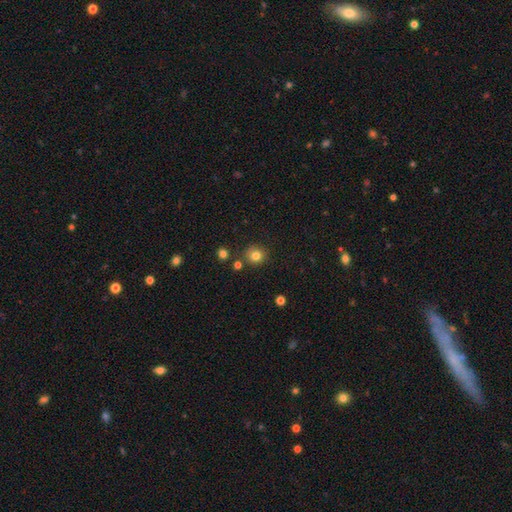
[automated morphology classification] Smooth or featured?
  - smooth: 81% *
  - star or artifact: 13%
  - featured or disk: 7%
How rounded?
  - round: 89% *
  - in between: 10%
  - cigar-shaped: 1%
Merging?
  - none: 84% *
  - minor disturbance: 9%
  - merger: 5%
  - major disturbance: 2%